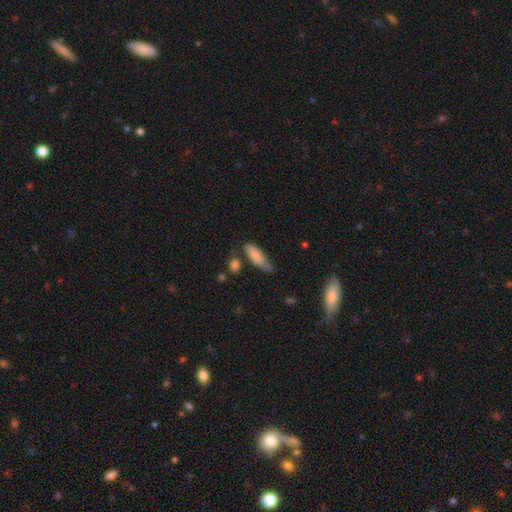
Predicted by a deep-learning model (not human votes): Smooth or featured?
  - smooth: 81% *
  - featured or disk: 13%
  - star or artifact: 6%
How rounded?
  - in between: 52% *
  - cigar-shaped: 47%
  - round: 2%
Merging?
  - none: 62% *
  - minor disturbance: 27%
  - merger: 6%
  - major disturbance: 5%